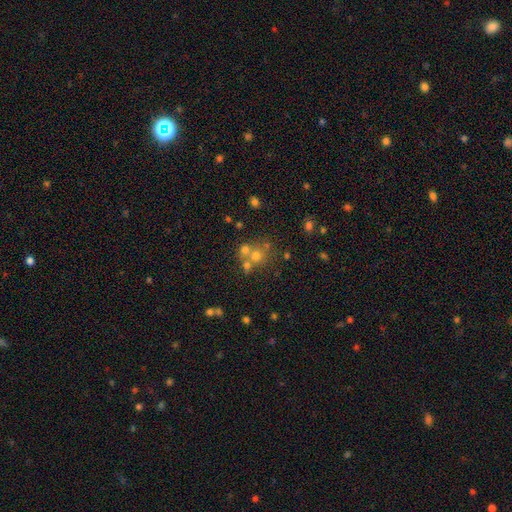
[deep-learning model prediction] Smooth or featured: smooth — 55% (star or artifact — 25%)
How rounded: round — 85% (in between — 14%)
Merging: none — 49% (merger — 39%)